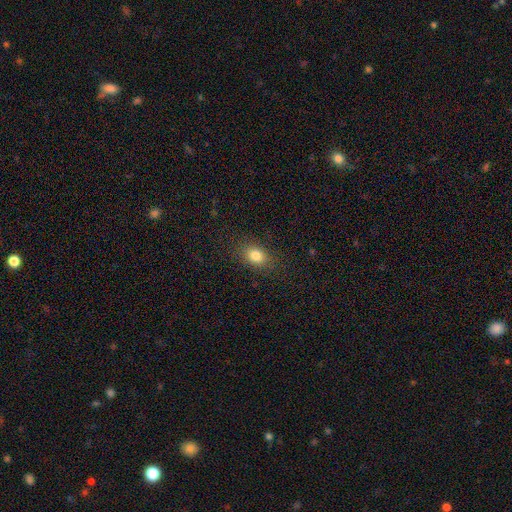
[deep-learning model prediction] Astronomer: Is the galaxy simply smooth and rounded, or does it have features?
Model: smooth — 82%.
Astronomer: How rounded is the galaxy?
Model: in between — 69%.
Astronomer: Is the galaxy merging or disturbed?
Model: none — 86%.